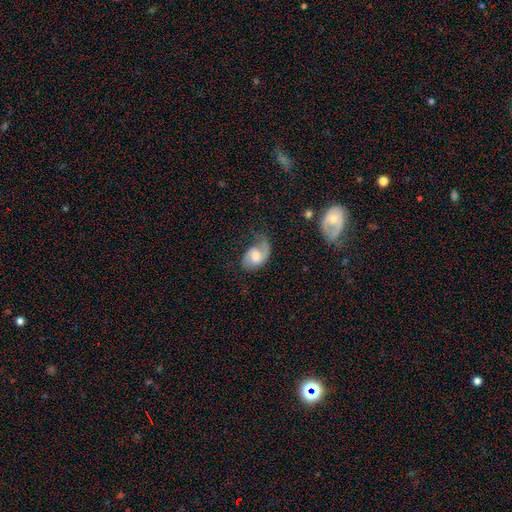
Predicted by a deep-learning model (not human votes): This is likely a featured or disk galaxy (70%). It is clearly not viewed edge-on (97%). Bar: possibly no (54%). Spiral arm pattern: clearly yes (93%). Spiral arm count: likely 2 (64%). Spiral winding: marginally medium (45%). Central bulge: likely moderate (65%). Merging: possibly none (52%).